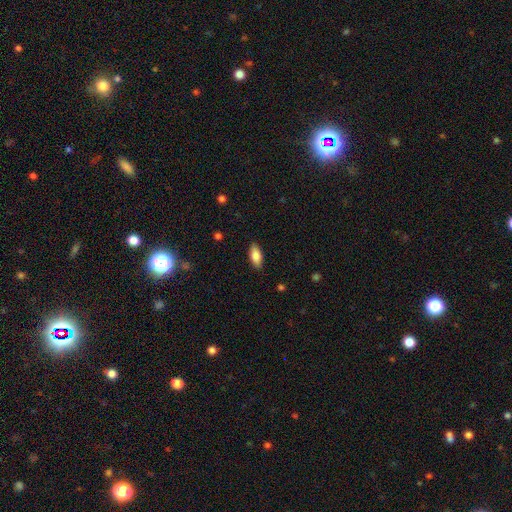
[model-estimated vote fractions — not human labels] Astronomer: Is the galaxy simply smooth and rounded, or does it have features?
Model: smooth — 84%.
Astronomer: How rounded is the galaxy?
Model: in between — 85%.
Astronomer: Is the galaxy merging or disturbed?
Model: none — 87%.